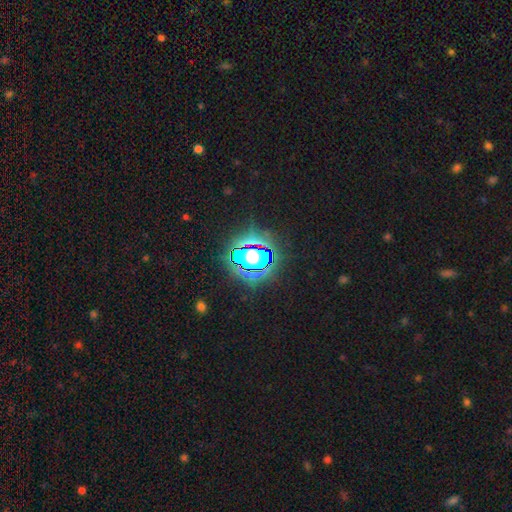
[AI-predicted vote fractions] smooth_or_featured: star or artifact (p=0.84) [alt: smooth p=0.10]